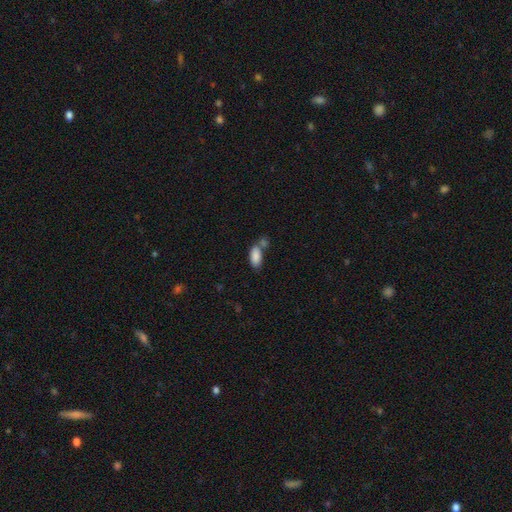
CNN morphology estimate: smooth_or_featured: smooth (p=0.86) [alt: star or artifact p=0.07]
how_rounded: in between (p=0.91) [alt: cigar-shaped p=0.07]
merging: none (p=0.47) [alt: merger p=0.34]